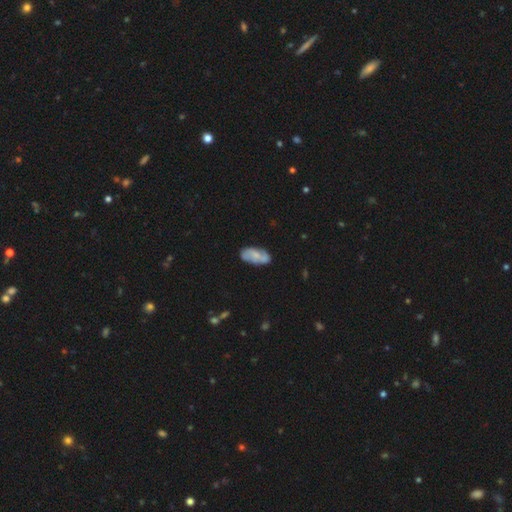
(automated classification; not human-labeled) Q: Smooth or featured?
A: smooth (53%); runner-up: featured or disk (40%)
Q: How rounded?
A: in between (89%); runner-up: cigar-shaped (8%)
Q: Merging?
A: none (73%); runner-up: minor disturbance (20%)